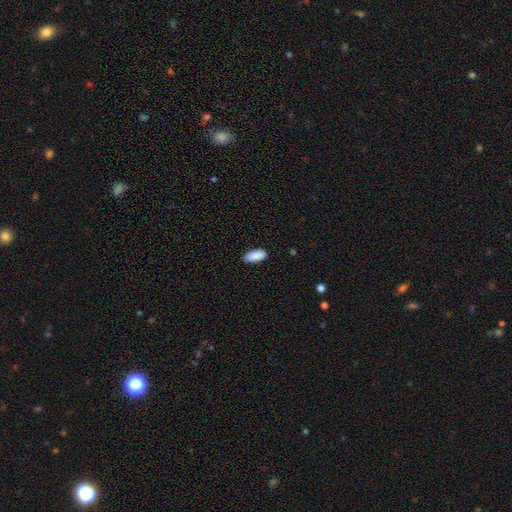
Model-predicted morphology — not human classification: type=smooth (90%); roundness=in between (88%); merging=none (88%).